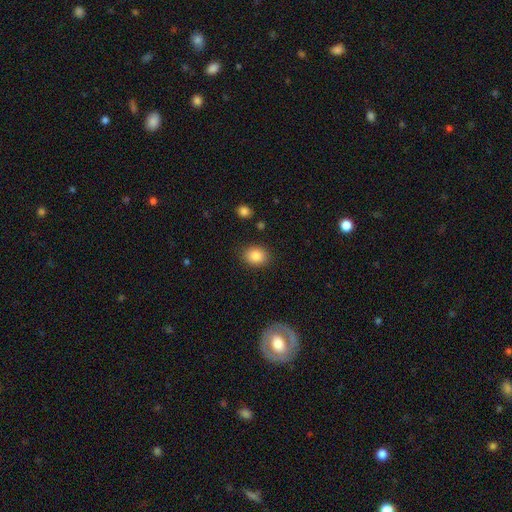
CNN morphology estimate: This is clearly a smooth galaxy (85%). How rounded: possibly in between (53%). Merging: clearly none (87%).